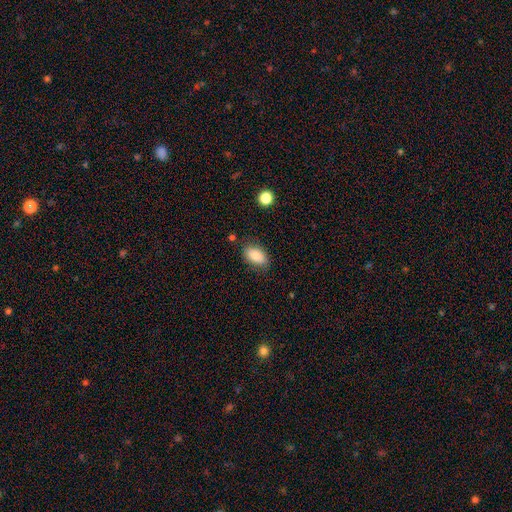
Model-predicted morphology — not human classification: Smooth or featured? smooth (82%)
How rounded? in between (91%)
Merging? none (77%)